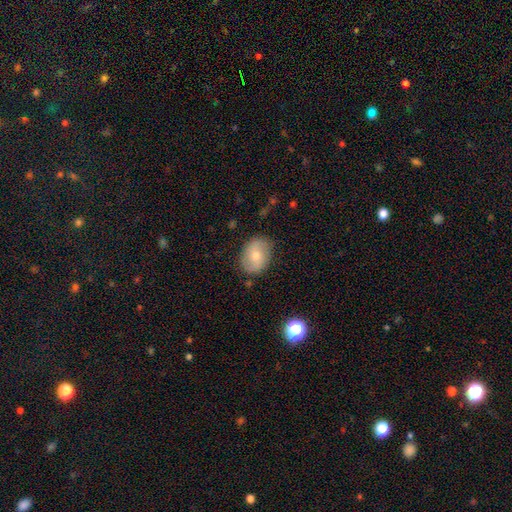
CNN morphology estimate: A smooth galaxy with no disk features (60%) that is in between round and cigar-shaped (68%). Merging: none (79%).